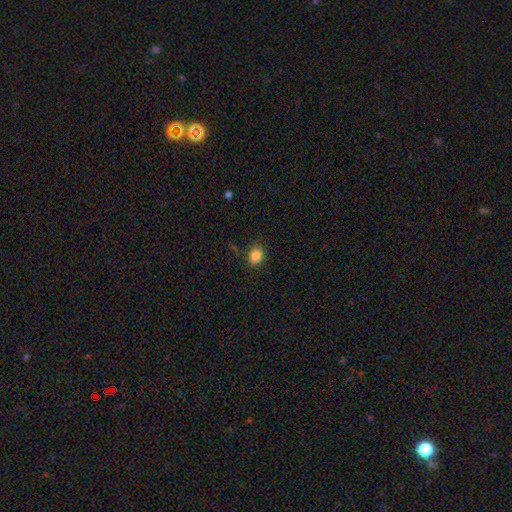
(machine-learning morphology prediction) Overall: smooth (86%). How rounded: round (60%; in between 39%). Merging: none (87%).